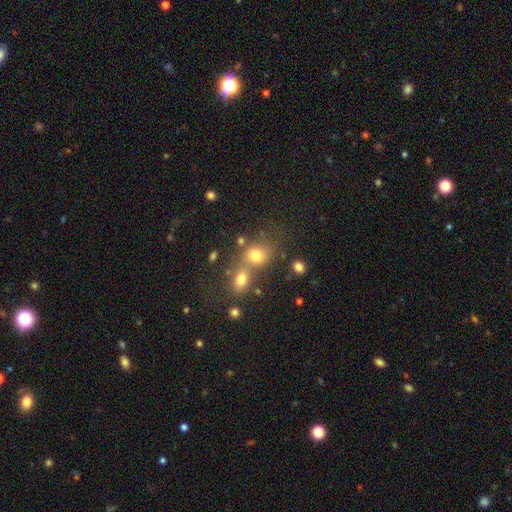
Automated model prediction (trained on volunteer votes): Smooth or featured? Predicted: smooth (p=0.73). How rounded? Predicted: round (p=0.59). Merging? Predicted: merger (p=0.47).